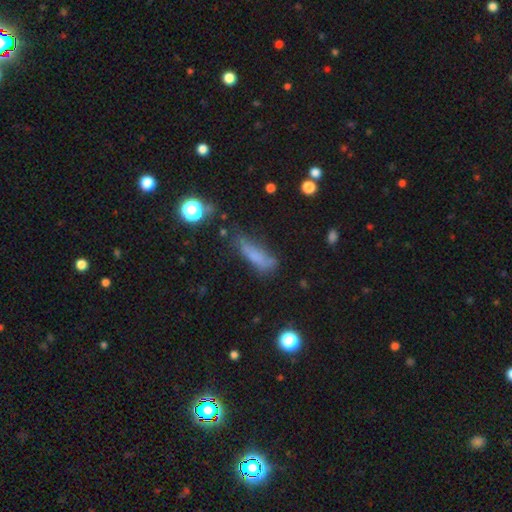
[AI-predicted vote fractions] This is likely a smooth galaxy (67%). How rounded: likely cigar-shaped (62%). Merging: possibly none (45%).